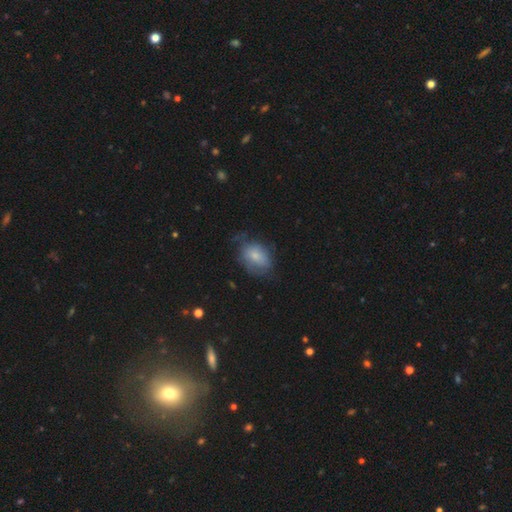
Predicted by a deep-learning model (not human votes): Q: Smooth or featured?
A: smooth (70%); runner-up: featured or disk (22%)
Q: How rounded?
A: in between (71%); runner-up: round (28%)
Q: Merging?
A: none (51%); runner-up: minor disturbance (32%)